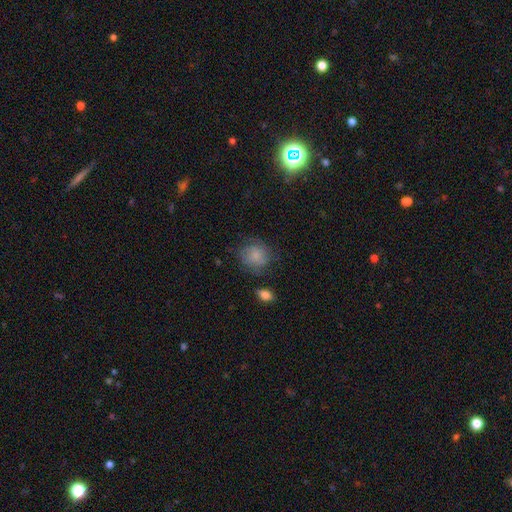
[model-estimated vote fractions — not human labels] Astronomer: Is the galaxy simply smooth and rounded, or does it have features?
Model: smooth — 76%.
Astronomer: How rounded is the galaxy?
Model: round — 80%.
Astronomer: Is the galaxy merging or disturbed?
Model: none — 63%.